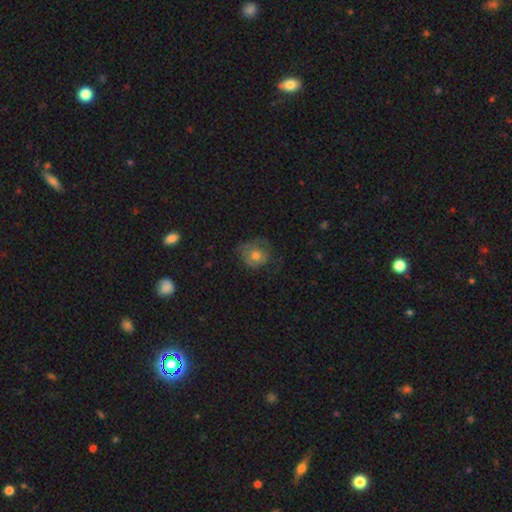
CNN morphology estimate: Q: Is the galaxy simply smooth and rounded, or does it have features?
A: smooth — 57%.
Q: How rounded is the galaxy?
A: round — 75%.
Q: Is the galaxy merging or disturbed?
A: none — 53%.